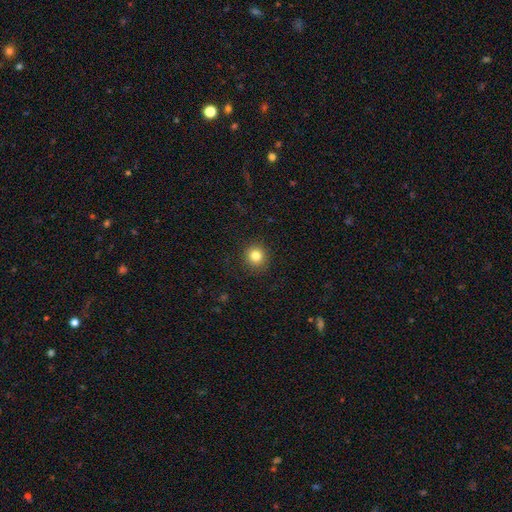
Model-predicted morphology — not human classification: A smooth galaxy with no disk features (83%) that is round (92%).

Vote fractions:
- Smooth or featured? smooth: 83% / star or artifact: 12% / featured or disk: 6%
- How rounded? round: 92% / in between: 7% / cigar-shaped: 1%
- Merging? none: 90% / minor disturbance: 7% / major disturbance: 2% / merger: 1%